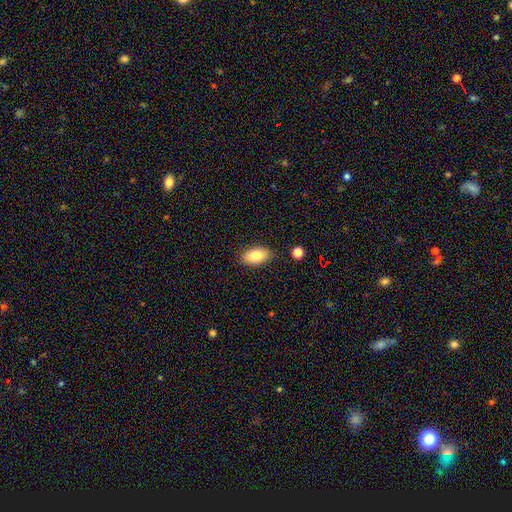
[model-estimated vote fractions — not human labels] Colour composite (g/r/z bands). It shows a smooth galaxy with no disk features (83%) that is in between round and cigar-shaped (92%). Merging: none (86%).